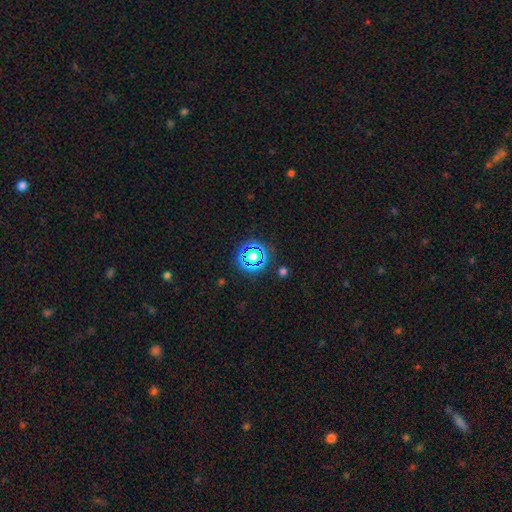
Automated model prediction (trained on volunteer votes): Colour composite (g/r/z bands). It shows a star or artifact, not a galaxy (54%).